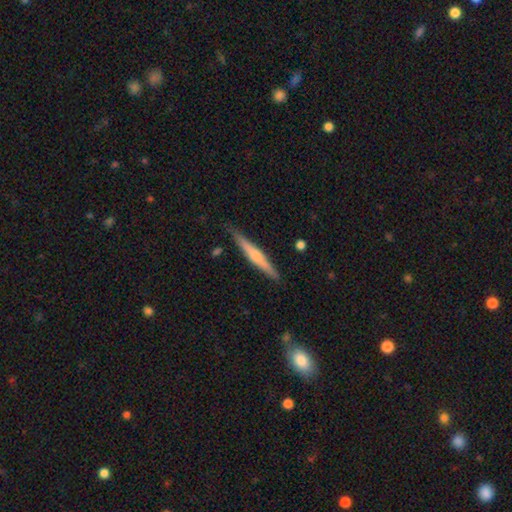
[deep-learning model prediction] Overall: featured or disk (55%; smooth 40%). Edge-on disk: yes (97%). Edge-on bulge: rounded (68%). Merging: none (86%).